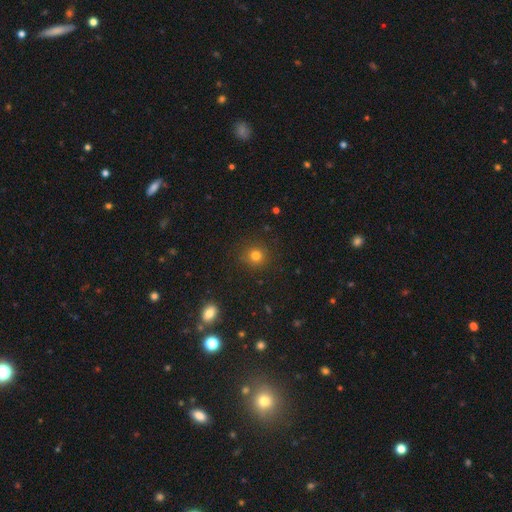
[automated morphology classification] Q: Smooth or featured?
A: smooth (78%); runner-up: star or artifact (16%)
Q: How rounded?
A: round (92%); runner-up: in between (7%)
Q: Merging?
A: none (88%); runner-up: minor disturbance (8%)